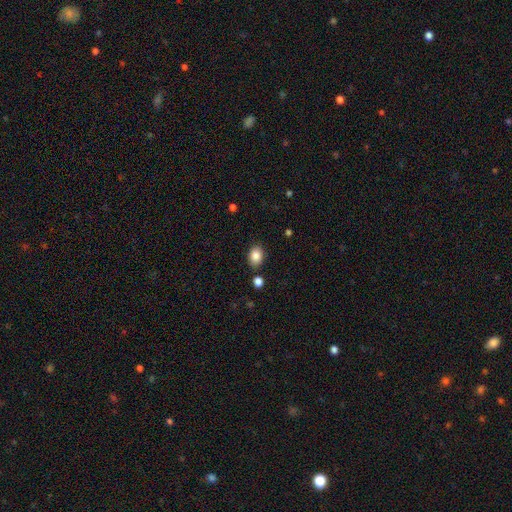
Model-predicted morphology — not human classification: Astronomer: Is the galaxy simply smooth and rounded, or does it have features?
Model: smooth — 86%.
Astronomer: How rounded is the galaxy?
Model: in between — 69%.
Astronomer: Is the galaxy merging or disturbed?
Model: none — 84%.